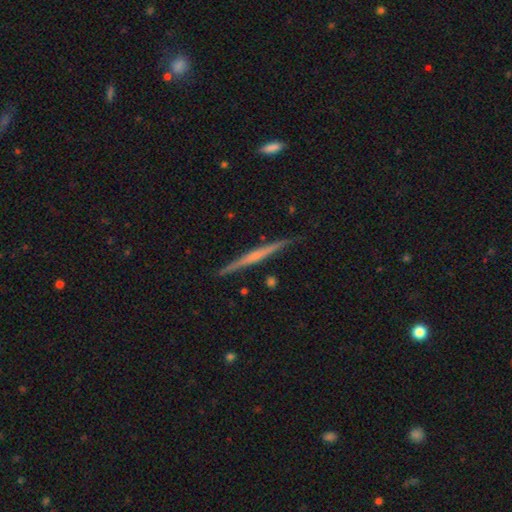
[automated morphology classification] Smooth or featured? featured or disk (70%)
Edge-on disk? yes (98%)
Edge-on bulge? none (48%)
Merging? none (90%)